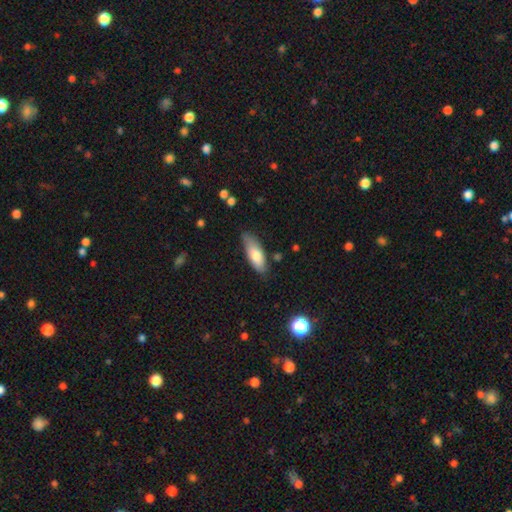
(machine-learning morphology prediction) Smooth or featured? smooth (74%)
How rounded? in between (71%)
Merging? none (70%)